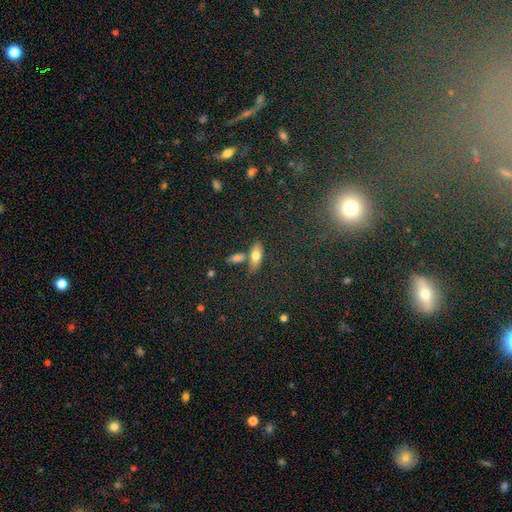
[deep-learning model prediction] This is likely a smooth galaxy (74%). How rounded: likely in between (77%). Merging: likely none (61%).